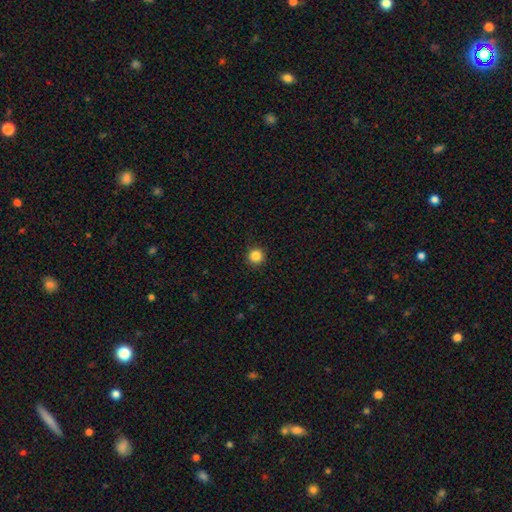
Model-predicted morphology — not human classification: smooth_or_featured: smooth (p=0.85) [alt: star or artifact p=0.12]
how_rounded: round (p=0.96) [alt: in between p=0.03]
merging: none (p=0.93) [alt: minor disturbance p=0.05]